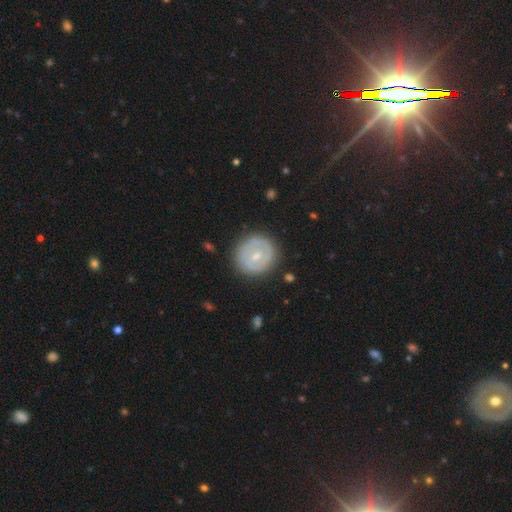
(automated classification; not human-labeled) Smooth or featured?
  - featured or disk: 53% *
  - smooth: 41%
  - star or artifact: 6%
Edge-on disk?
  - no: 96% *
  - yes: 4%
Bar?
  - no: 50% *
  - weak: 38%
  - strong: 12%
Spiral arms?
  - no: 70% *
  - yes: 30%
Bulge size?
  - moderate: 50% *
  - small: 45%
  - large: 2%
  - none: 2%
  - dominant: 1%
Merging?
  - none: 85% *
  - minor disturbance: 10%
  - major disturbance: 3%
  - merger: 1%